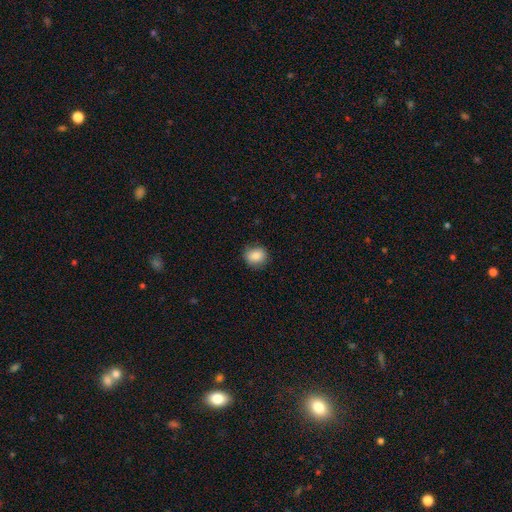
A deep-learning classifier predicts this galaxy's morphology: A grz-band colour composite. It shows a smooth galaxy with no disk features (85%) that is round (72%). Merging: none (85%).